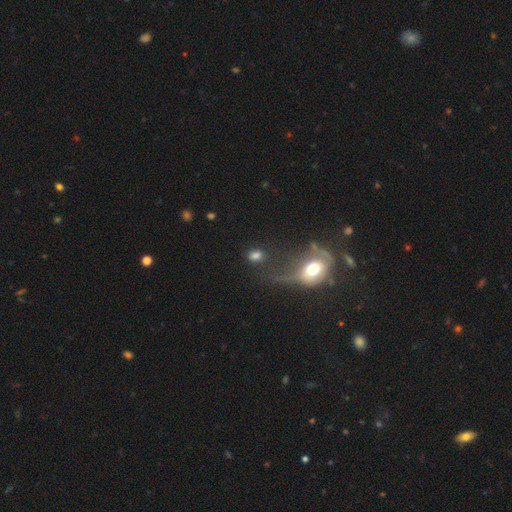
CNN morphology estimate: A smooth galaxy with no disk features (75%) that is in between round and cigar-shaped (52%).

Vote fractions:
- Smooth or featured? smooth: 75% / star or artifact: 13% / featured or disk: 11%
- How rounded? in between: 52% / round: 45% / cigar-shaped: 2%
- Merging? none: 59% / merger: 14% / minor disturbance: 14% / major disturbance: 13%